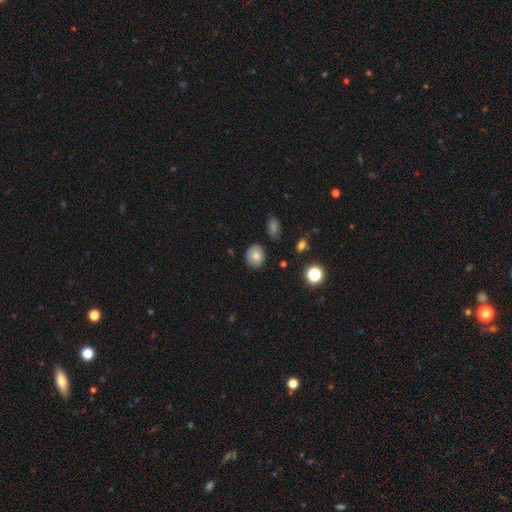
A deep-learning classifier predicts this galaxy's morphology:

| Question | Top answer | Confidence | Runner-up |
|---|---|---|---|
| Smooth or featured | smooth | 80% | star or artifact (11%) |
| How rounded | round | 71% | in between (28%) |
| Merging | none | 83% | minor disturbance (12%) |